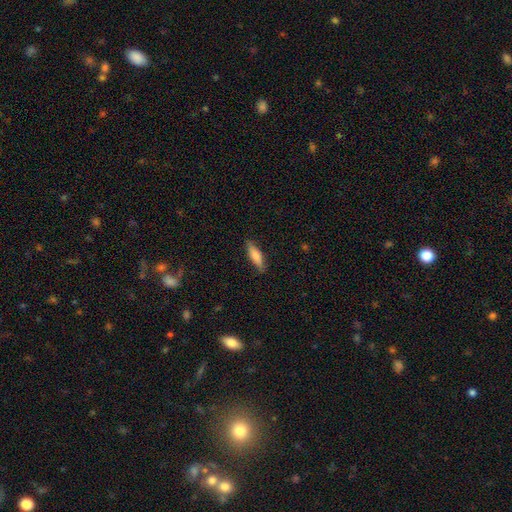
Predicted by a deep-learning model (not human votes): This appears to be a smooth galaxy with no disk features (75%) that is cigar-shaped (60%). Merging: none (85%).